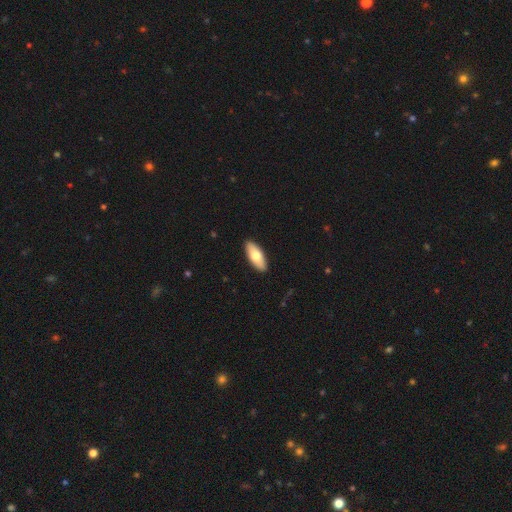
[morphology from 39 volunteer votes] Volunteers were most divided on "smooth or featured": smooth: 64%, featured or disk: 26%, star or artifact: 10%. More confident: merging — none (89%); how rounded — in between (72%).